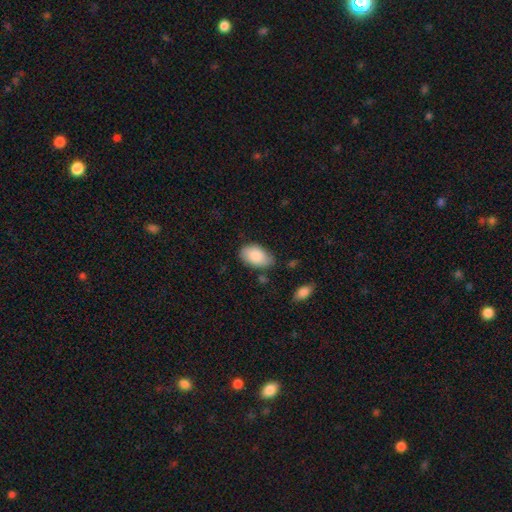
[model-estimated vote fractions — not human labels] A smooth galaxy with no disk features (87%) that is in between round and cigar-shaped (93%).

Vote fractions:
- Smooth or featured? smooth: 87% / featured or disk: 7% / star or artifact: 6%
- How rounded? in between: 93% / round: 6% / cigar-shaped: 1%
- Merging? none: 67% / minor disturbance: 25% / major disturbance: 5% / merger: 3%